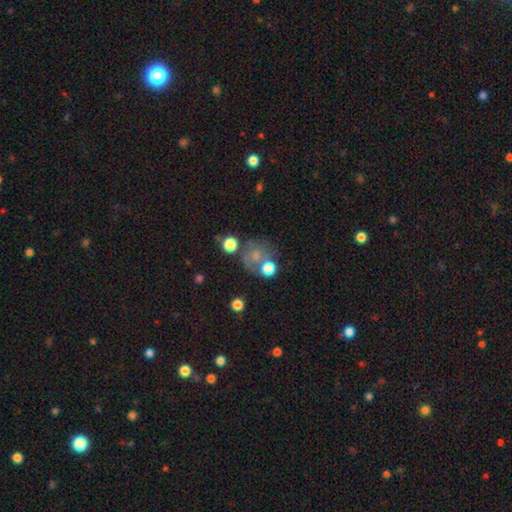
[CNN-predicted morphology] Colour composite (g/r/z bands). It shows a smooth galaxy with no disk features (62%) that is round (79%). Merging: none (45%).